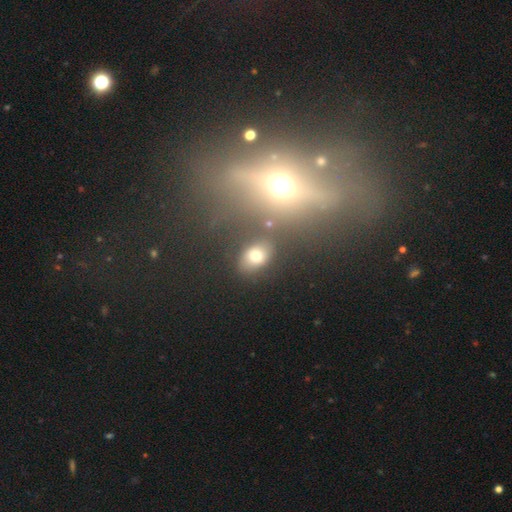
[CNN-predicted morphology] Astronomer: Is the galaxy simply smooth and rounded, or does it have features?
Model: smooth — 71%.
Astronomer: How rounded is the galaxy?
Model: in between — 68%.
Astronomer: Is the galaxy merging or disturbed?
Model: none — 76%.